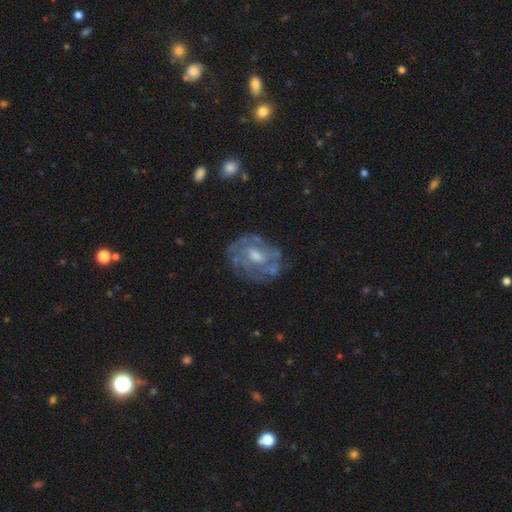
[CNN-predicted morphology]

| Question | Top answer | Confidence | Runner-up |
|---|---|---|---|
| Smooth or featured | featured or disk | 77% | smooth (15%) |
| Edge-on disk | no | 97% | yes (3%) |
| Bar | no | 53% | weak (39%) |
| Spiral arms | yes | 73% | no (27%) |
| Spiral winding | tight | 53% | medium (35%) |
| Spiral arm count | can't tell | 47% | 2 (21%) |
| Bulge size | moderate | 60% | small (26%) |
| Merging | none | 68% | minor disturbance (19%) |